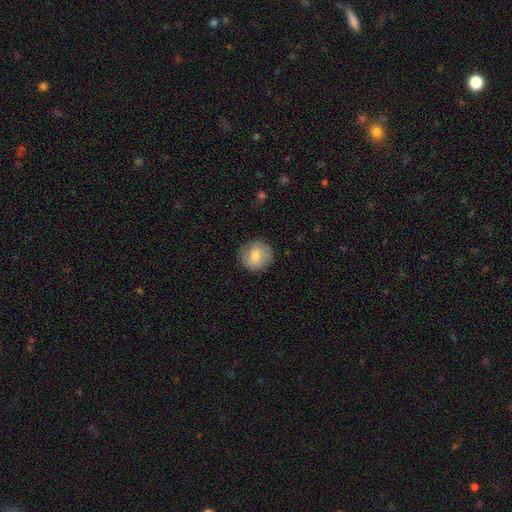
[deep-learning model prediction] smooth-or-featured: smooth: 68% | featured or disk: 24% | star or artifact: 8%
  how-rounded: round: 91% | in between: 8% | cigar-shaped: 1%
  merging: none: 86% | minor disturbance: 11% | major disturbance: 3% | merger: 1%